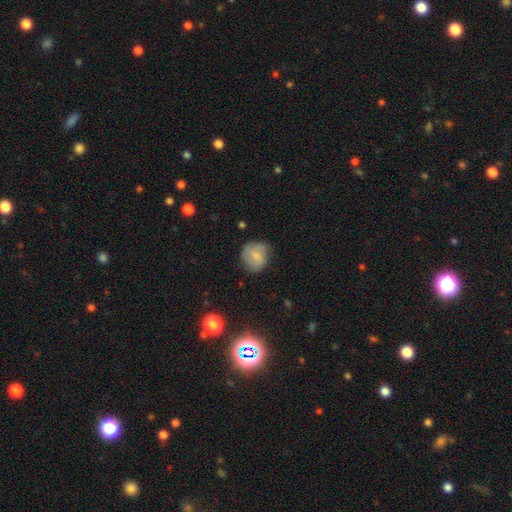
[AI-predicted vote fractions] Smooth or featured: smooth — 64% (featured or disk — 28%)
How rounded: round — 78% (in between — 21%)
Merging: none — 66% (minor disturbance — 26%)